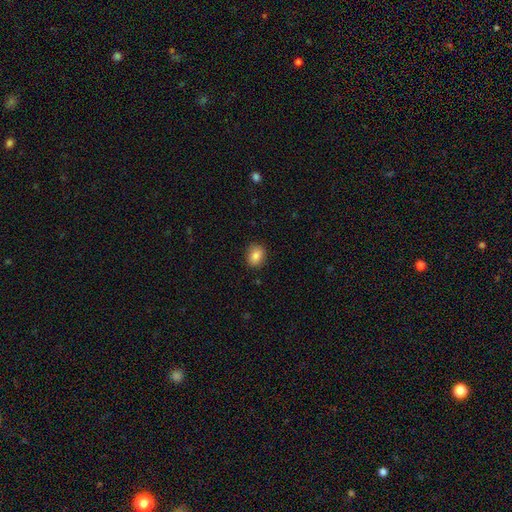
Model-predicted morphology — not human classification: This is clearly a smooth galaxy (85%). How rounded: possibly round (50%). Merging: clearly none (88%).